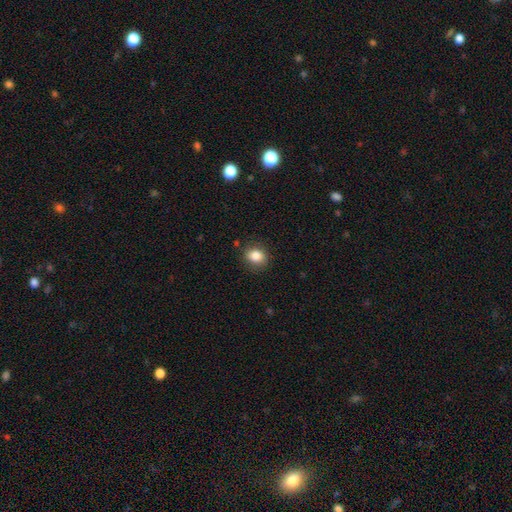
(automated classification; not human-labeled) Smooth or featured? Predicted: smooth (p=0.84). How rounded? Predicted: round (p=0.60). Merging? Predicted: none (p=0.85).